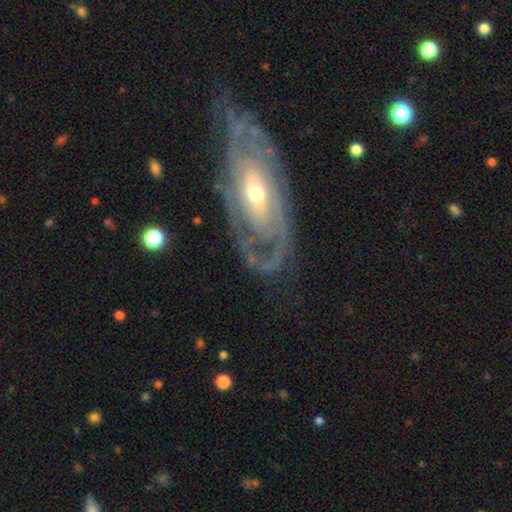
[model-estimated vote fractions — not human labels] smooth-or-featured: featured or disk: 86% | smooth: 9% | star or artifact: 6%
  disk-edge-on: no: 89% | yes: 11%
    bar: no: 59% | weak: 29% | strong: 12%
    has-spiral-arms: yes: 89% | no: 11%
      spiral-winding: tight: 67% | medium: 26% | loose: 7%
      spiral-arm-count: can't tell: 38% (tied) | 2: 38% (tied) | 3: 10% | 1: 6% | 4: 4% | more than 4: 4%
    bulge-size: small: 53% | moderate: 43% | large: 2% | none: 1% | dominant: 1%
  merging: none: 71% | minor disturbance: 18% | major disturbance: 9% | merger: 2%